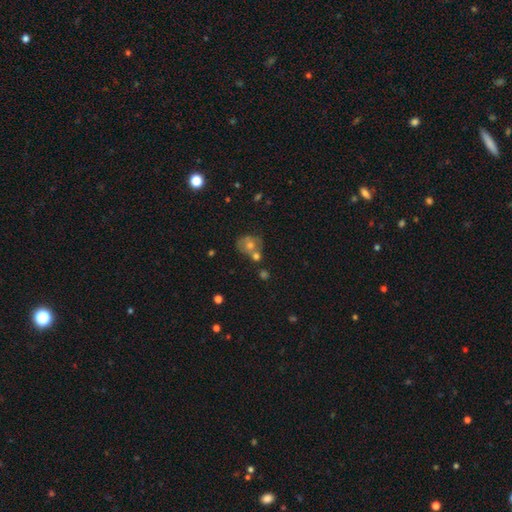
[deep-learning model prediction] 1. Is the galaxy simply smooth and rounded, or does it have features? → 43% smooth, 31% star or artifact, 26% featured or disk.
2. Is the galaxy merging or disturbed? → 58% none, 22% merger, 13% minor disturbance, 8% major disturbance.